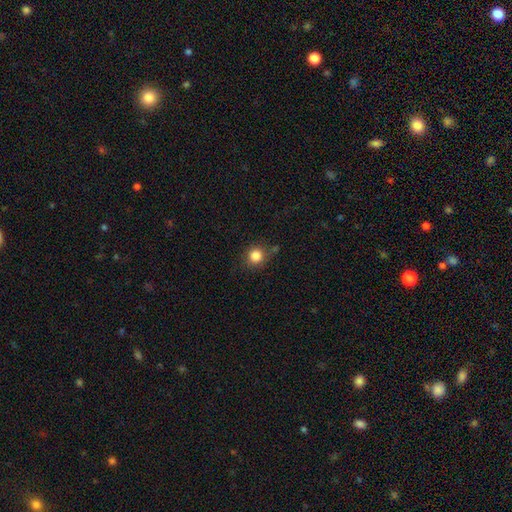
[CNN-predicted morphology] Smooth or featured?
  - smooth: 84% *
  - star or artifact: 11%
  - featured or disk: 5%
How rounded?
  - round: 89% *
  - in between: 10%
  - cigar-shaped: 1%
Merging?
  - none: 78% *
  - minor disturbance: 13%
  - merger: 5%
  - major disturbance: 4%